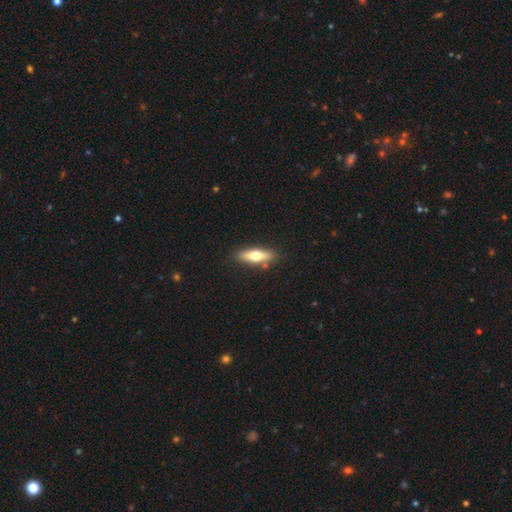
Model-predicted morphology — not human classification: A smooth galaxy with no disk features (56%) that is cigar-shaped (60%).

Vote fractions:
- Smooth or featured? smooth: 56% / featured or disk: 38% / star or artifact: 6%
- How rounded? cigar-shaped: 60% / in between: 38% / round: 3%
- Merging? none: 85% / minor disturbance: 10% / merger: 3% / major disturbance: 2%